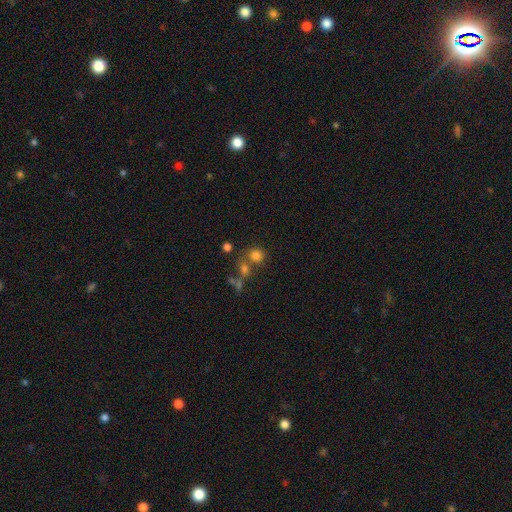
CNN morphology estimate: A smooth galaxy with no disk features (74%) that is round (83%).

Vote fractions:
- Smooth or featured? smooth: 74% / star or artifact: 16% / featured or disk: 10%
- How rounded? round: 83% / in between: 16% / cigar-shaped: 1%
- Merging? none: 58% / merger: 27% / minor disturbance: 9% / major disturbance: 5%